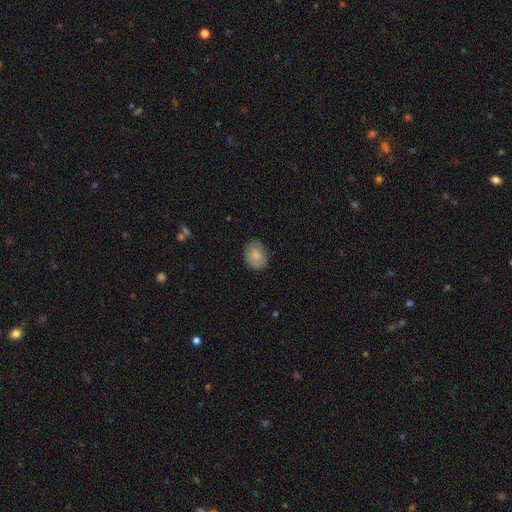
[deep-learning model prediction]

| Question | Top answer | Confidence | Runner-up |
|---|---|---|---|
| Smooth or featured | smooth | 81% | featured or disk (12%) |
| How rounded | in between | 55% | round (44%) |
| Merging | none | 80% | minor disturbance (16%) |